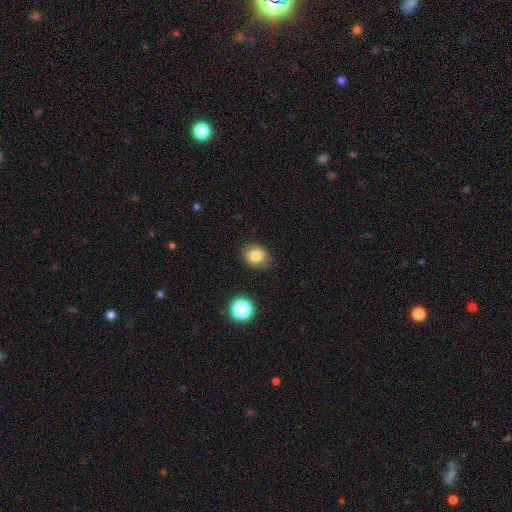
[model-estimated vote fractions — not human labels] Morphology: type=smooth (81%); roundness=round (59%); merging=none (85%).